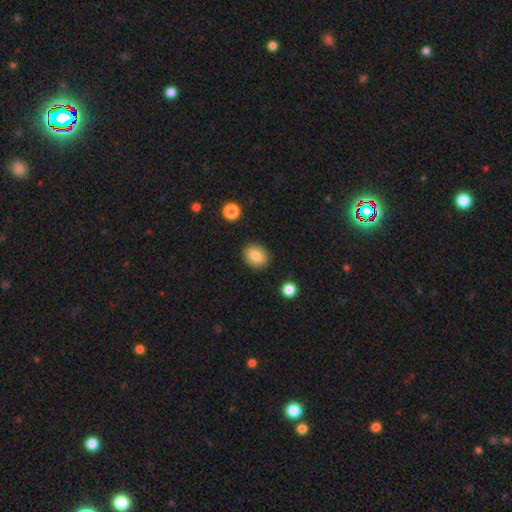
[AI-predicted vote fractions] A smooth galaxy with no disk features (83%) that is in between round and cigar-shaped (60%). Merging: none (87%).